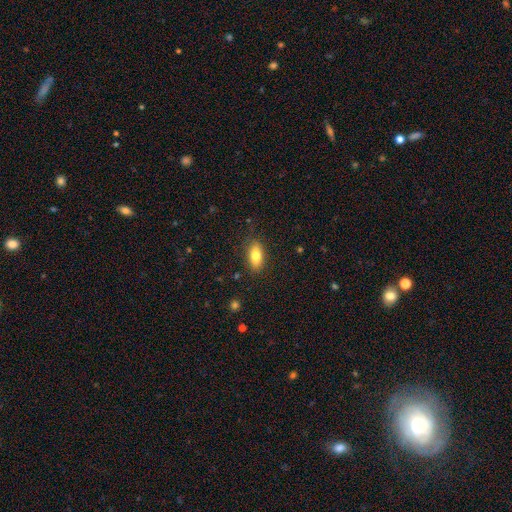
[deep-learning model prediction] Smooth or featured? smooth (80%)
How rounded? in between (84%)
Merging? none (84%)